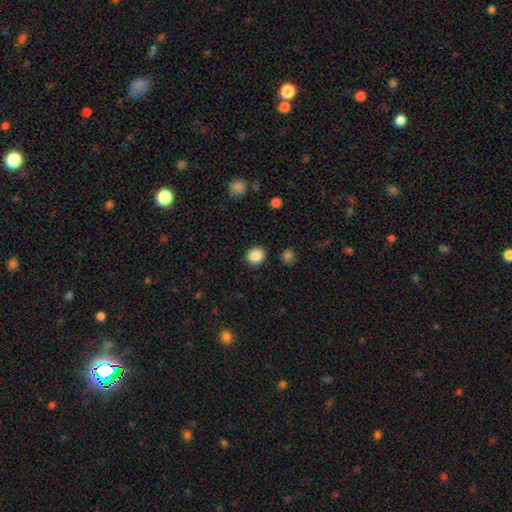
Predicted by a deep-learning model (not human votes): Q: Smooth or featured?
A: smooth (87%); runner-up: star or artifact (10%)
Q: How rounded?
A: round (82%); runner-up: in between (17%)
Q: Merging?
A: none (91%); runner-up: minor disturbance (6%)